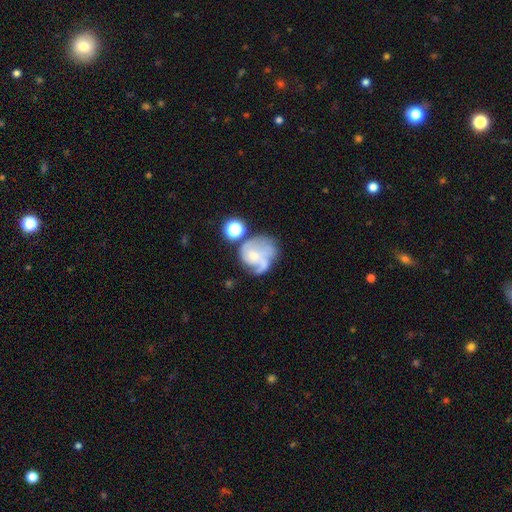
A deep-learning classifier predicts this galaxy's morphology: Q: Smooth or featured?
A: featured or disk (64%); runner-up: smooth (26%)
Q: Edge-on disk?
A: no (98%); runner-up: yes (2%)
Q: Bar?
A: no (72%); runner-up: weak (24%)
Q: Spiral arms?
A: yes (76%); runner-up: no (24%)
Q: Bulge size?
A: small (47%); runner-up: moderate (32%)
Q: Merging?
A: none (34%); runner-up: major disturbance (28%)